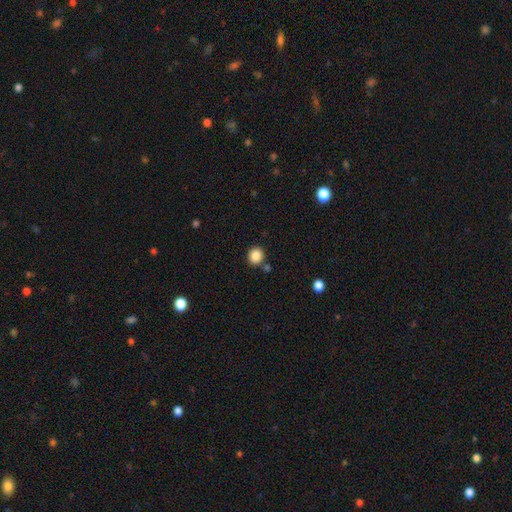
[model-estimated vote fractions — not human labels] Overall: smooth (86%). How rounded: round (82%). Merging: none (81%).